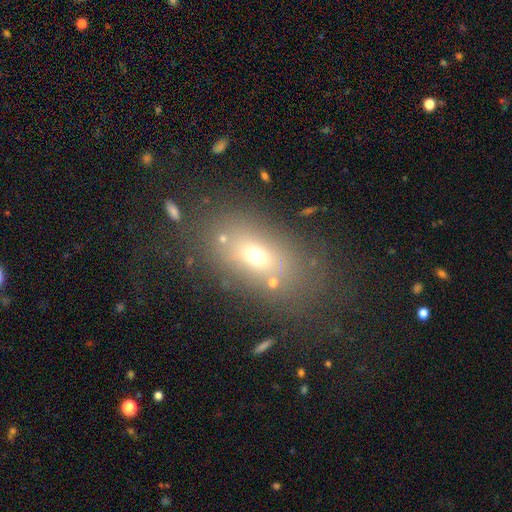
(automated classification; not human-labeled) This is likely a smooth galaxy (62%). How rounded: likely in between (76%). Merging: likely none (72%).